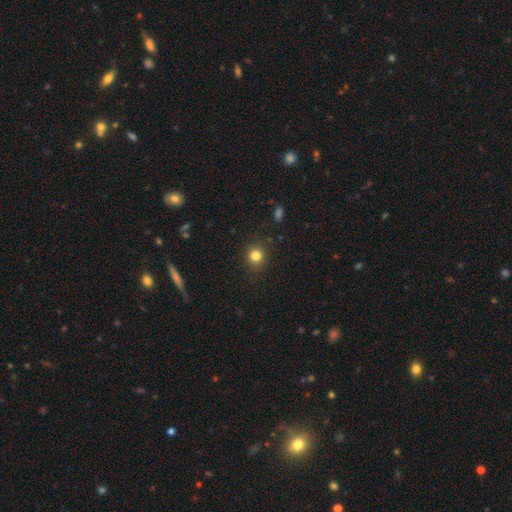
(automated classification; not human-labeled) This is clearly a smooth galaxy (82%). How rounded: clearly round (88%). Merging: clearly none (88%).